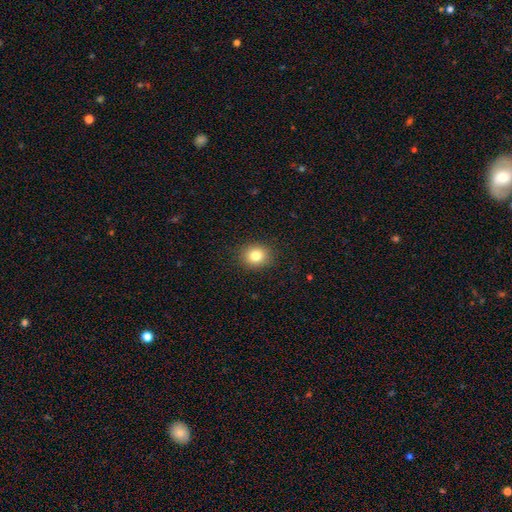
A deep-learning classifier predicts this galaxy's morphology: Smooth or featured: smooth — 82% (star or artifact — 11%)
How rounded: round — 72% (in between — 27%)
Merging: none — 89% (minor disturbance — 7%)